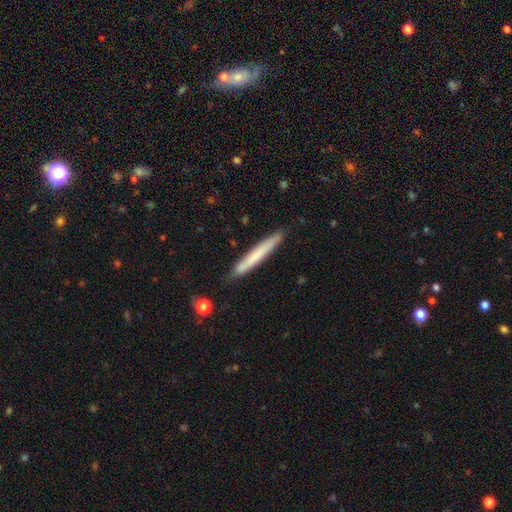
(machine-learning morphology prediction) type=smooth (65%); roundness=cigar-shaped (97%); merging=none (87%).